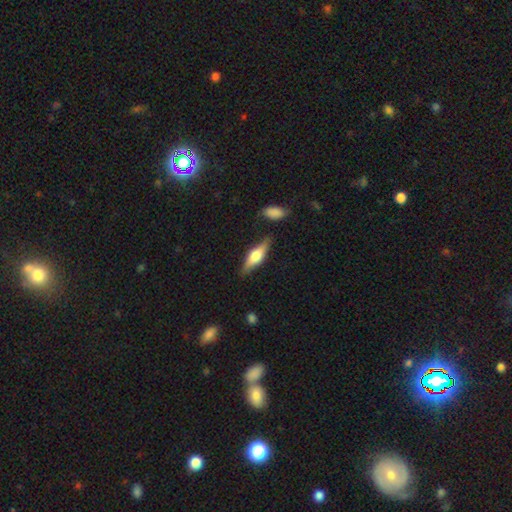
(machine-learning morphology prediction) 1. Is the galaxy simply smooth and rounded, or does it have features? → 52% featured or disk, 42% smooth, 6% star or artifact.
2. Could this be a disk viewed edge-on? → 93% yes, 7% no.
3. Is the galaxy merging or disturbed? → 81% none, 13% minor disturbance, 4% merger, 3% major disturbance.